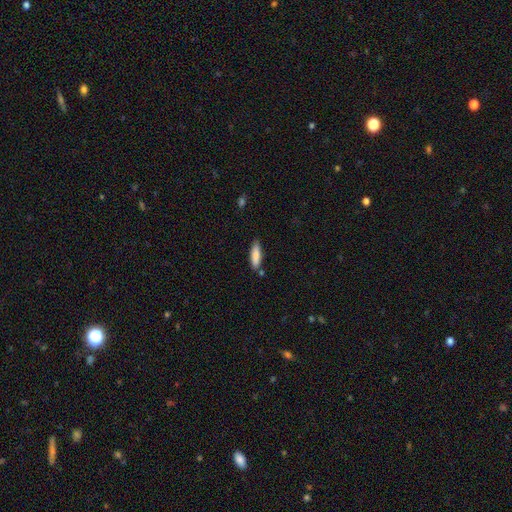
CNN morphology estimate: Smooth or featured: smooth — 84% (featured or disk — 10%)
How rounded: cigar-shaped — 62% (in between — 36%)
Merging: none — 80% (minor disturbance — 13%)